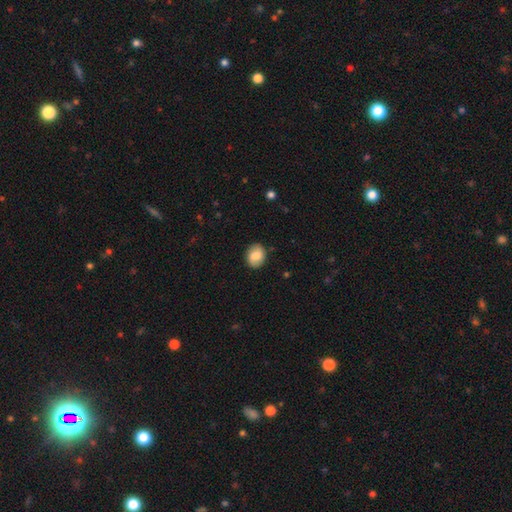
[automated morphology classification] Overall: smooth (78%). How rounded: in between (52%; round 47%). Merging: none (85%).